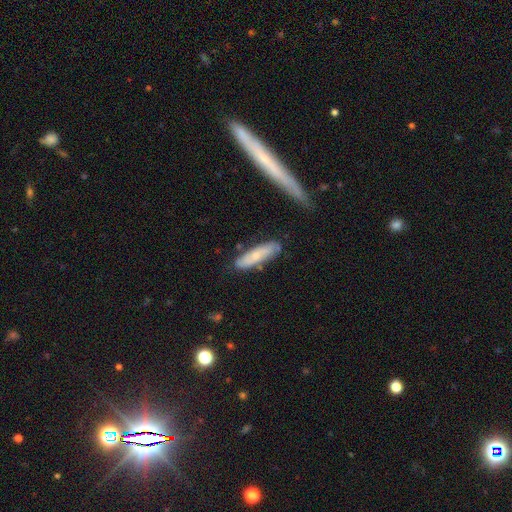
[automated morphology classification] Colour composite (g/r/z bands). It shows a smooth galaxy with no disk features (49%). Merging: none (74%).